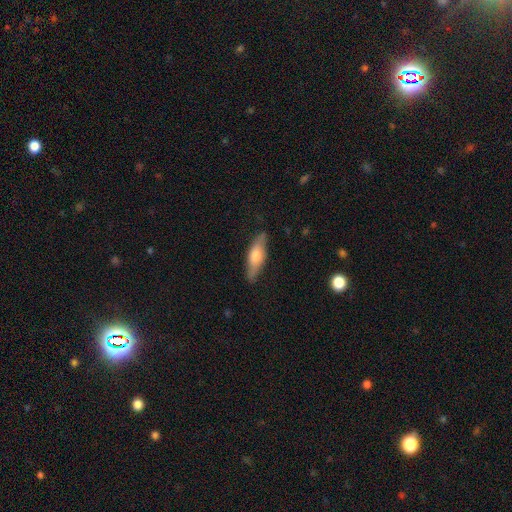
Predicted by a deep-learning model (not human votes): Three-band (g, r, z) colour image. It shows a smooth galaxy with no disk features (57%) that is cigar-shaped (50%). Merging: none (82%).